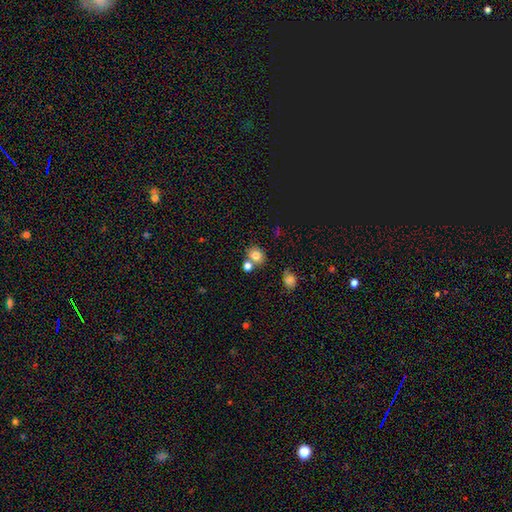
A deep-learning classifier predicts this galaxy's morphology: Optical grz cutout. It shows a smooth galaxy with no disk features (79%) that is round (68%). Merging: none (60%).